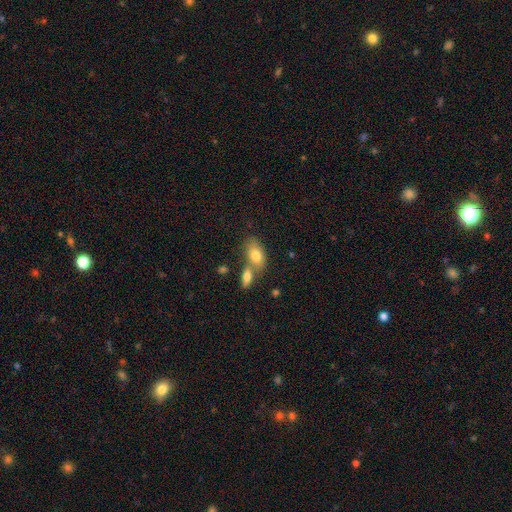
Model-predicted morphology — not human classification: smooth_or_featured: smooth (p=0.78) [alt: featured or disk p=0.15]
how_rounded: in between (p=0.89) [alt: round p=0.07]
merging: none (p=0.44) [alt: merger p=0.41]